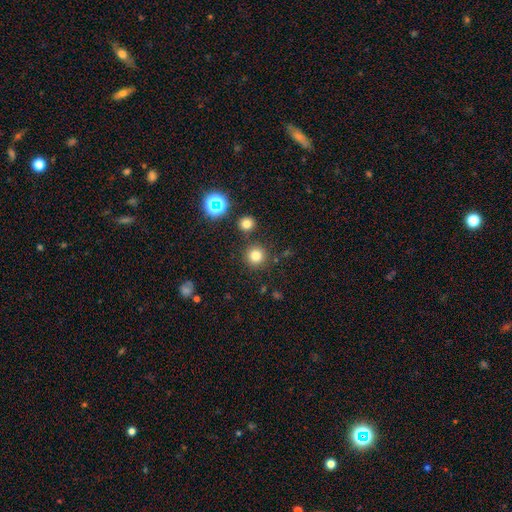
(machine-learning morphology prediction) Overall: smooth (78%). How rounded: round (95%). Merging: none (86%).